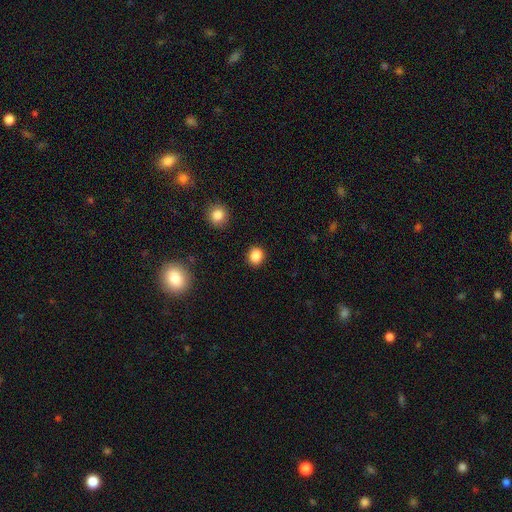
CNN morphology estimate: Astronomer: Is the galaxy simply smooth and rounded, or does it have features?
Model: smooth — 86%.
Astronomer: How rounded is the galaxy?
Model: round — 73%.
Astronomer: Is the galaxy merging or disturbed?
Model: none — 90%.